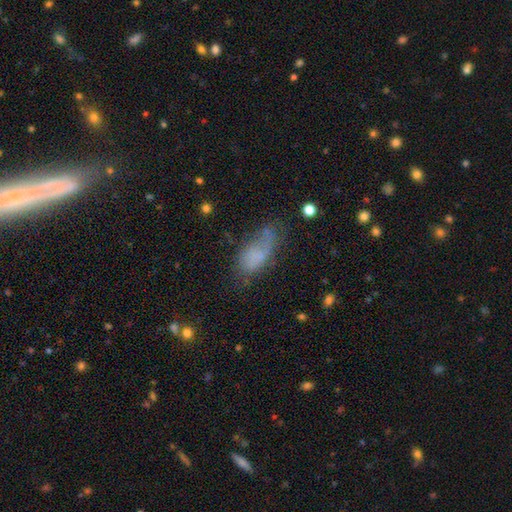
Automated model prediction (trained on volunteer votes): smooth_or_featured: smooth (p=0.65) [alt: featured or disk p=0.22]
how_rounded: in between (p=0.84) [alt: cigar-shaped p=0.12]
merging: none (p=0.41) [alt: minor disturbance p=0.32]